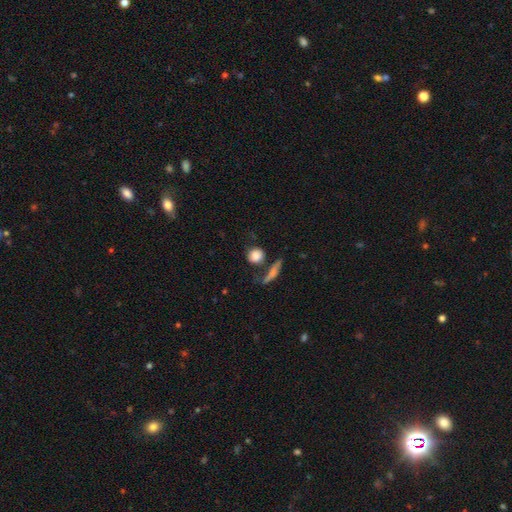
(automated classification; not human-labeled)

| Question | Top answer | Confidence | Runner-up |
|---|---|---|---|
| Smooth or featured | smooth | 83% | featured or disk (9%) |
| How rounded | round | 82% | in between (14%) |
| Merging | none | 64% | minor disturbance (15%) |